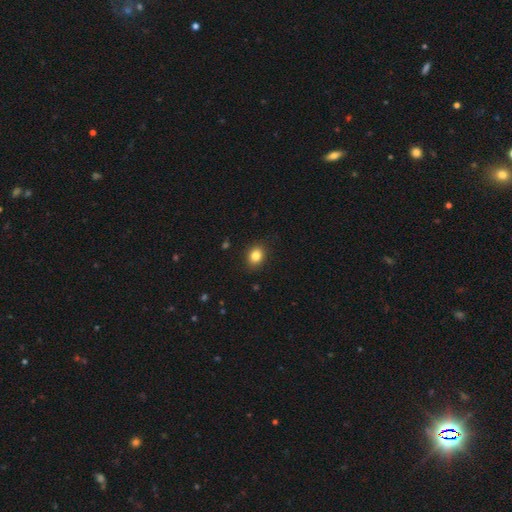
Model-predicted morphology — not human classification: type=smooth (83%); roundness=round (50%); merging=none (88%).